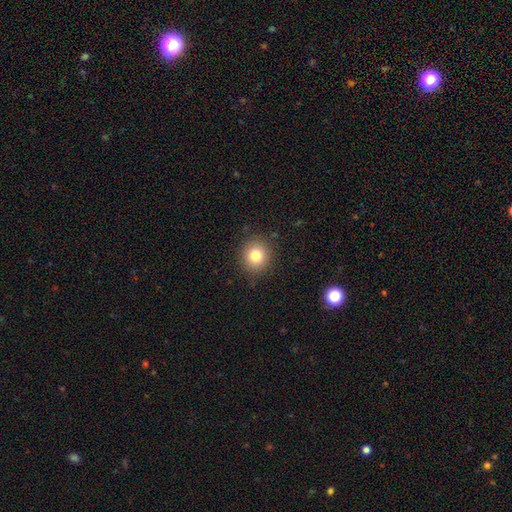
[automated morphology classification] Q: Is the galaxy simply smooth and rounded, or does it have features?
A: smooth — 80%.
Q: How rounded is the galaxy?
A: round — 86%.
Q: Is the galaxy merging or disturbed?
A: none — 88%.